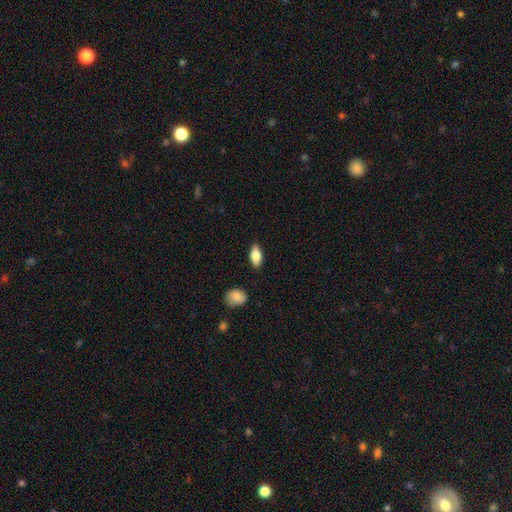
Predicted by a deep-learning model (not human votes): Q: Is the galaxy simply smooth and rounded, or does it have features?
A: smooth — 75%.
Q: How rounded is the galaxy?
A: in between — 83%.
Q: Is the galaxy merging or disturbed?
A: none — 86%.